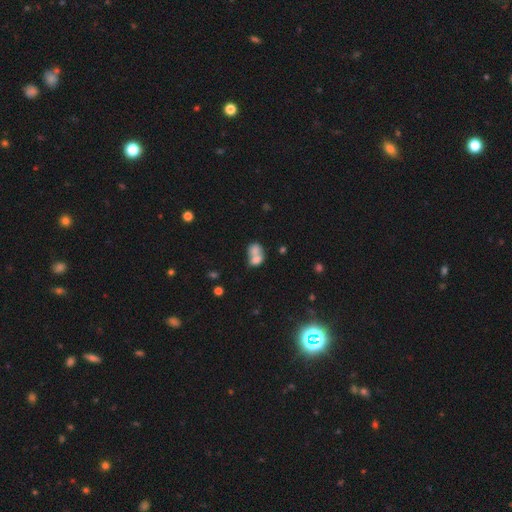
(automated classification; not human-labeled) Smooth or featured? smooth (71%)
How rounded? in between (61%)
Merging? merger (72%)